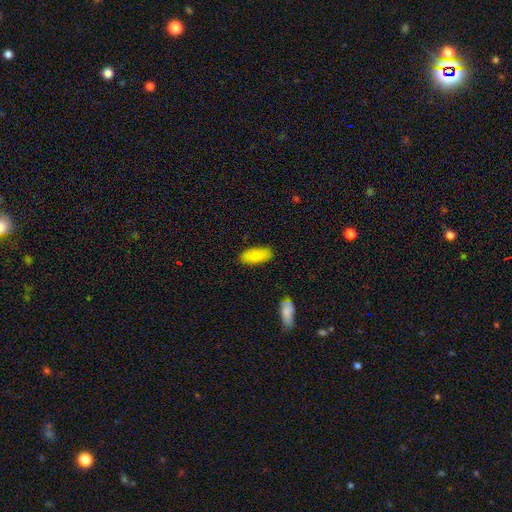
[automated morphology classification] Smooth or featured?
  - smooth: 87% *
  - star or artifact: 6%
  - featured or disk: 6%
How rounded?
  - in between: 83% *
  - cigar-shaped: 15%
  - round: 2%
Merging?
  - none: 86% *
  - minor disturbance: 10%
  - major disturbance: 2%
  - merger: 1%